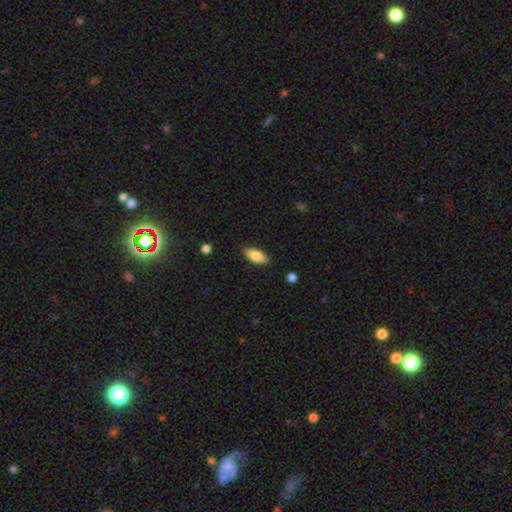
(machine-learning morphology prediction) smooth 81%, featured or disk 12%, star or artifact 6%. Down the decision tree: how rounded — in between (83%); merging — none (86%).